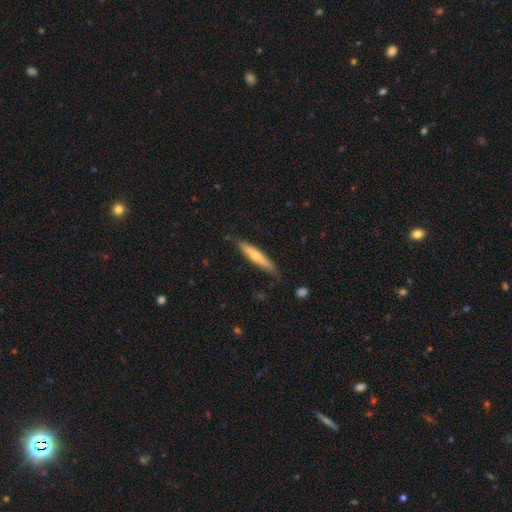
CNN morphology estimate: Smooth or featured: smooth — 50% (featured or disk — 45%)
Merging: none — 79% (minor disturbance — 16%)